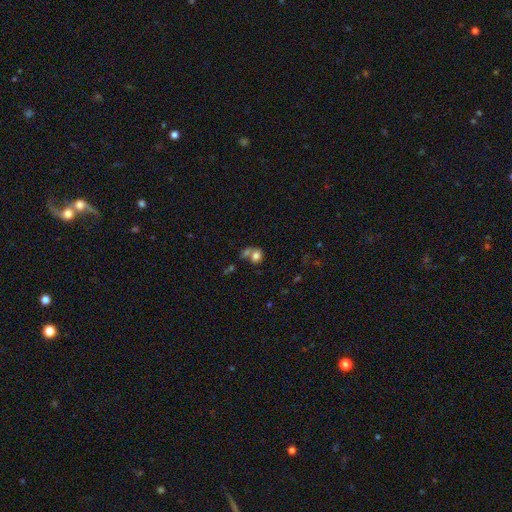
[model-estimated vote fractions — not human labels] Q: Smooth or featured?
A: smooth (76%); runner-up: star or artifact (12%)
Q: How rounded?
A: in between (50%); runner-up: round (49%)
Q: Merging?
A: merger (41%); runner-up: none (39%)